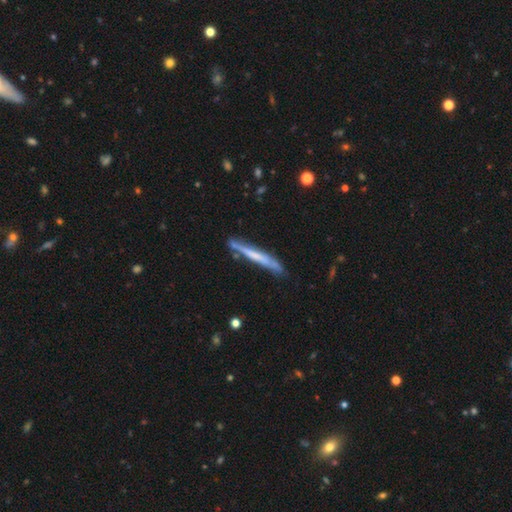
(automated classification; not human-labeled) Q: Smooth or featured?
A: featured or disk (50%); runner-up: smooth (44%)
Q: Merging?
A: none (78%); runner-up: minor disturbance (15%)